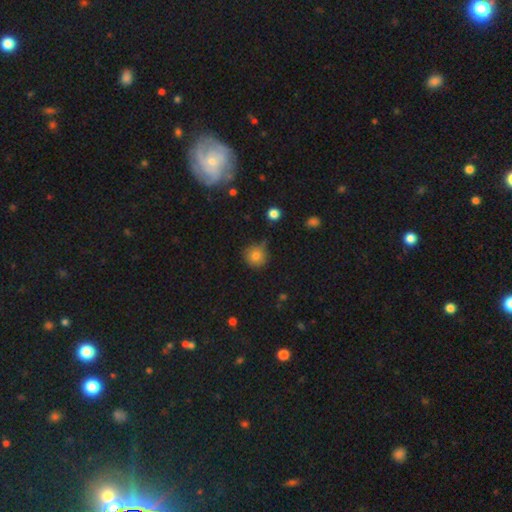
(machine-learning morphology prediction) This appears to be a smooth galaxy with no disk features (80%) that is round (91%). Merging: none (71%).